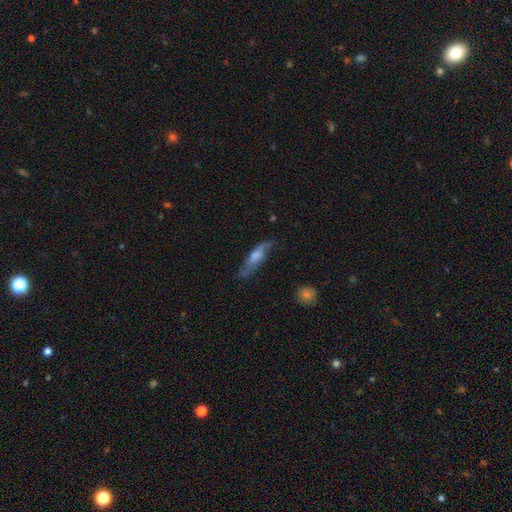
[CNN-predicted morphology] Smooth or featured?
  - featured or disk: 52% *
  - smooth: 40%
  - star or artifact: 8%
Edge-on disk?
  - yes: 50% * (tied)
  - no: 50% * (tied)
Merging?
  - none: 64% *
  - minor disturbance: 25%
  - major disturbance: 9%
  - merger: 2%